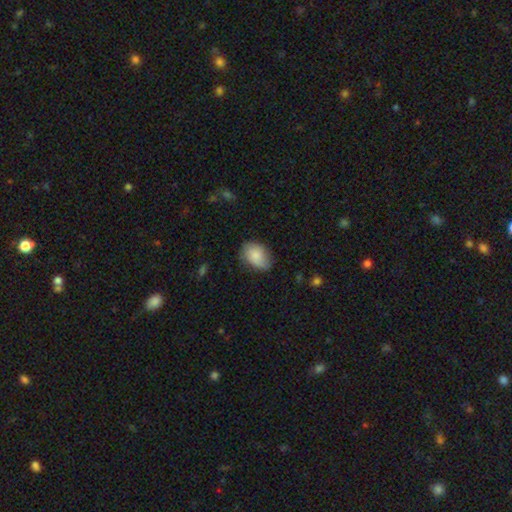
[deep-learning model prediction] The model was most divided on "merging": none: 64%, minor disturbance: 29%, major disturbance: 6%, merger: 1%. More confident: smooth or featured — smooth (83%); how rounded — in between (80%).